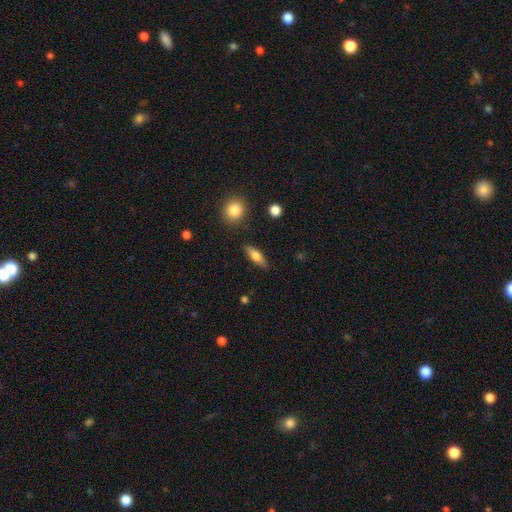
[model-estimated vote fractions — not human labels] This appears to be a smooth galaxy with no disk features (72%) that is in between round and cigar-shaped (59%). Merging: none (84%).